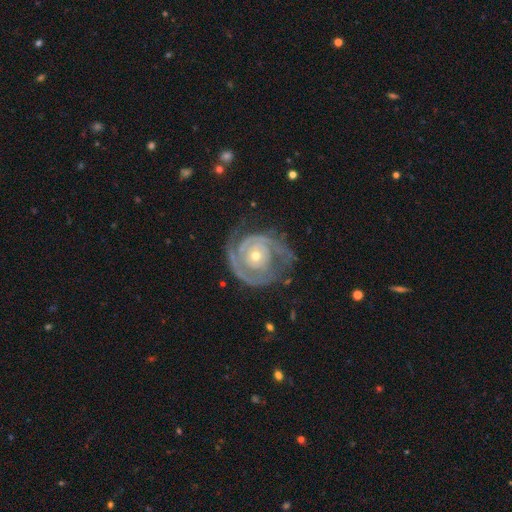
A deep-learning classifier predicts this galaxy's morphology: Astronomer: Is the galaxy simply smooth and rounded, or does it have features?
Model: featured or disk — 88%.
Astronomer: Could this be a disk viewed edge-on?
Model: no — 97%.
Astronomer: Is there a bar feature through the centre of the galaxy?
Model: no — 80%.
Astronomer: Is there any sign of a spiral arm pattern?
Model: yes — 93%.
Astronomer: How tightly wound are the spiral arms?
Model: tight — 71%.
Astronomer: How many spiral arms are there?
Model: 2 — 51%.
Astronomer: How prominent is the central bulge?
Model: small — 55% (runner-up: moderate, 42%).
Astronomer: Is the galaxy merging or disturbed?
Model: none — 64%.